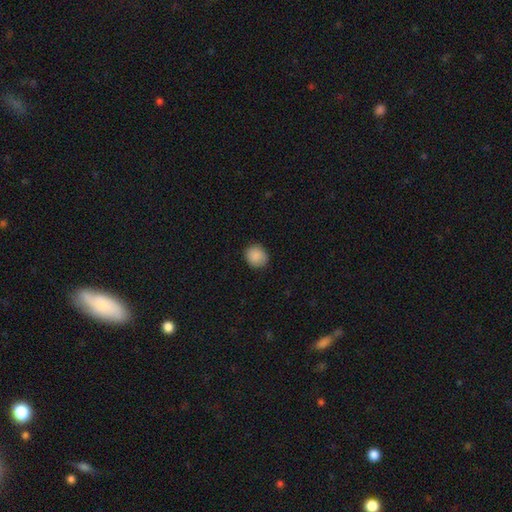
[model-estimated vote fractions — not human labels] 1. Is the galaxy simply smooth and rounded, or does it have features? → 89% smooth, 8% star or artifact, 3% featured or disk.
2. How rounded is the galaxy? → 79% round, 20% in between, 1% cigar-shaped.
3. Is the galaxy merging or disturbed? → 86% none, 10% minor disturbance, 2% major disturbance, 1% merger.